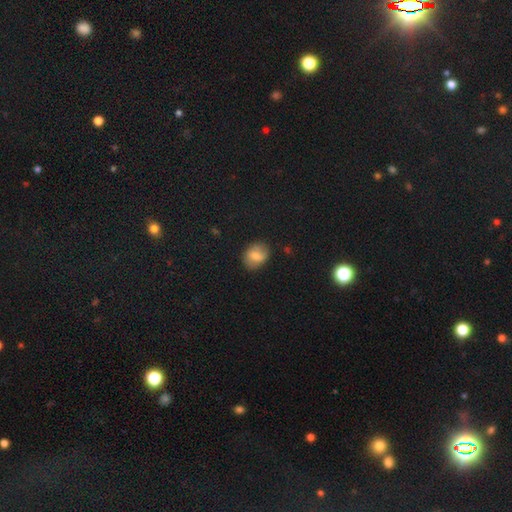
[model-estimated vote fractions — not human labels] smooth 63%, featured or disk 28%, star or artifact 9%. Down the decision tree: how rounded — in between (52%); merging — none (72%).